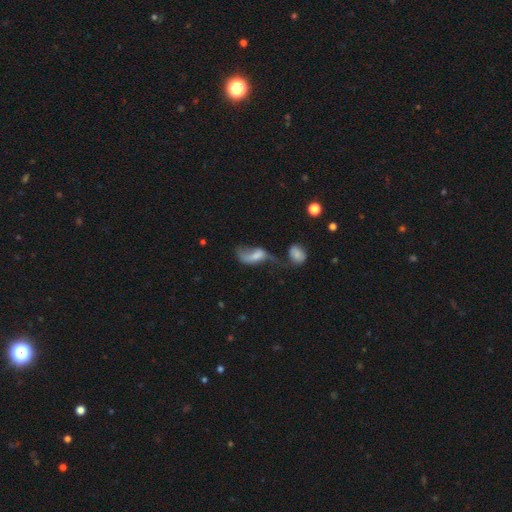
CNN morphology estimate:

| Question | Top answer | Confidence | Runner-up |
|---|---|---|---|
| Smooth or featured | featured or disk | 46% | smooth (44%) |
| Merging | major disturbance | 37% | merger (25%) |